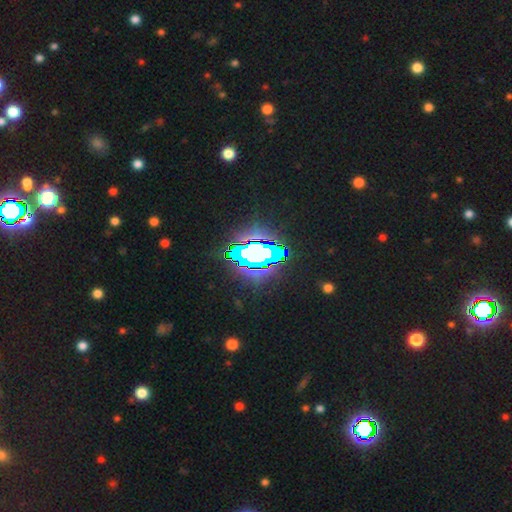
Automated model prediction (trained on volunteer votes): Smooth or featured?
  - star or artifact: 64% *
  - featured or disk: 18%
  - smooth: 17%